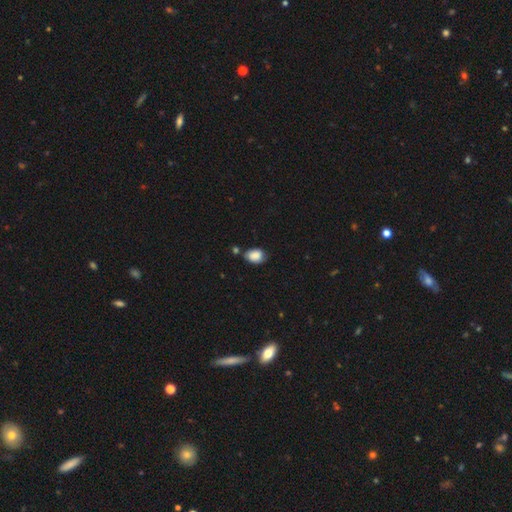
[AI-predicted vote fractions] Smooth or featured?
  - smooth: 86% *
  - star or artifact: 8%
  - featured or disk: 6%
How rounded?
  - in between: 75% *
  - round: 24%
  - cigar-shaped: 1%
Merging?
  - none: 61% *
  - minor disturbance: 24%
  - merger: 10%
  - major disturbance: 5%